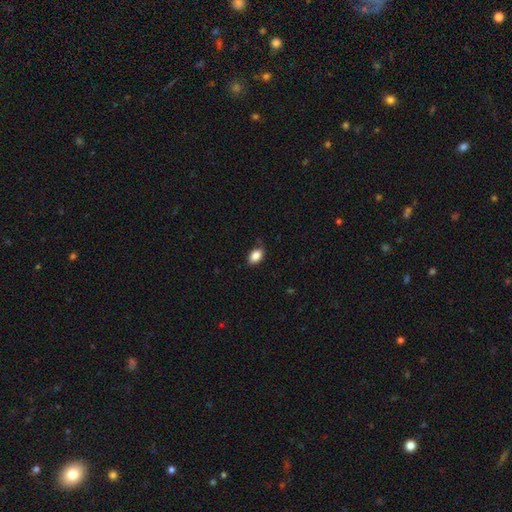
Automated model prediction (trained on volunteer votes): The model was most divided on "merging": none: 77%, minor disturbance: 18%, major disturbance: 3%, merger: 1%. More confident: how rounded — in between (88%); smooth or featured — smooth (86%).